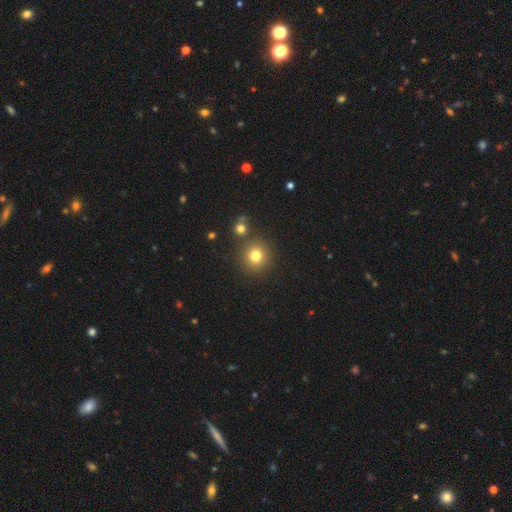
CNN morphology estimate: smooth_or_featured: smooth (p=0.79) [alt: star or artifact p=0.14]
how_rounded: round (p=0.92) [alt: in between p=0.07]
merging: none (p=0.83) [alt: merger p=0.08]